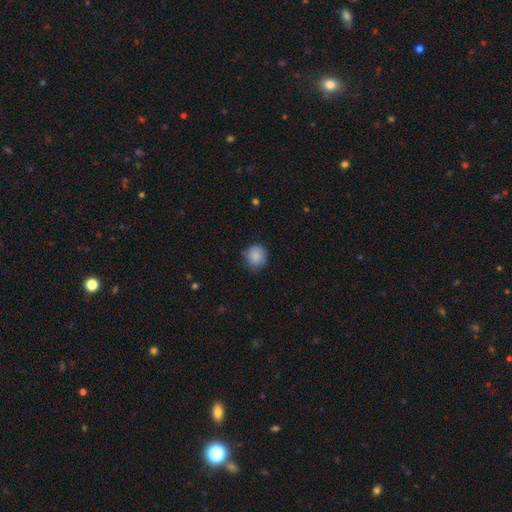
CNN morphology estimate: smooth 87%, star or artifact 8%, featured or disk 5%. Down the decision tree: how rounded — round (85%); merging — none (75%).